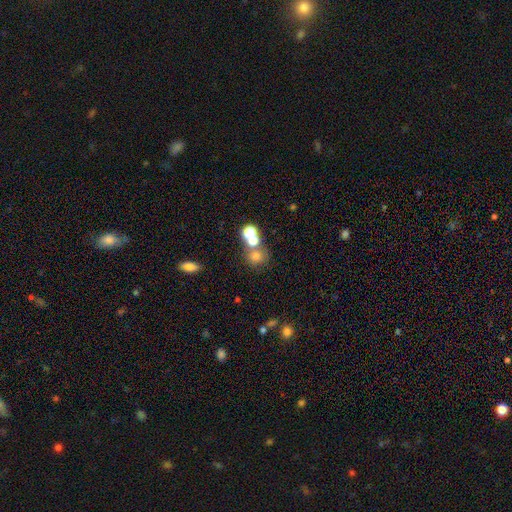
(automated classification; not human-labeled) A smooth galaxy with no disk features (67%) that is round (82%).

Vote fractions:
- Smooth or featured? smooth: 67% / star or artifact: 20% / featured or disk: 13%
- How rounded? round: 82% / in between: 17% / cigar-shaped: 1%
- Merging? none: 51% / merger: 35% / minor disturbance: 8% / major disturbance: 5%